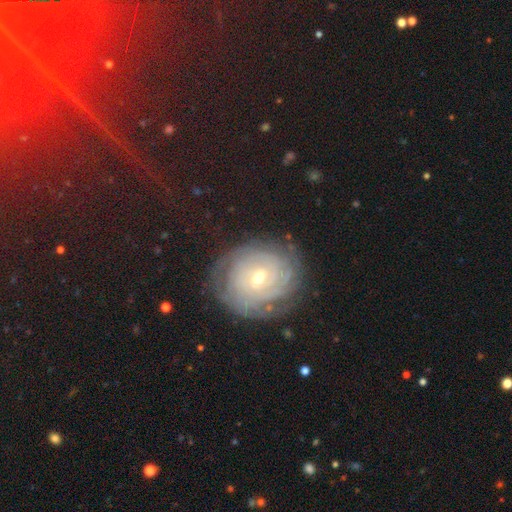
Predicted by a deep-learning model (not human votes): Smooth or featured: featured or disk — 61% (star or artifact — 23%)
Edge-on disk: no — 95% (yes — 5%)
Bar: no — 65% (weak — 25%)
Spiral arms: yes — 90% (no — 10%)
Spiral winding: tight — 83% (medium — 13%)
Spiral arm count: can't tell — 46% (2 — 13%)
Bulge size: small — 58% (moderate — 38%)
Merging: none — 82% (minor disturbance — 12%)